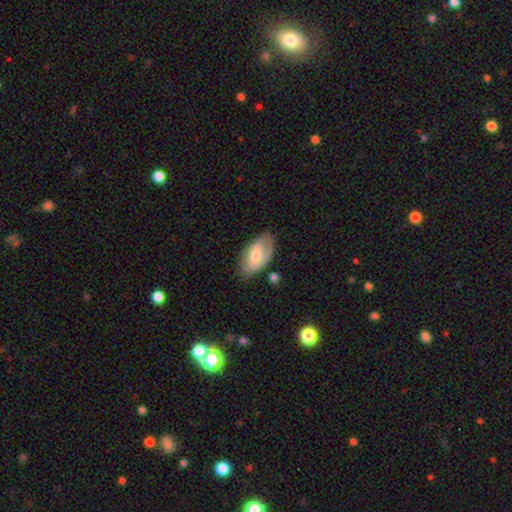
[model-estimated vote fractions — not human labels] Smooth or featured? featured or disk (52%)
Edge-on disk? no (92%)
Merging? none (65%)